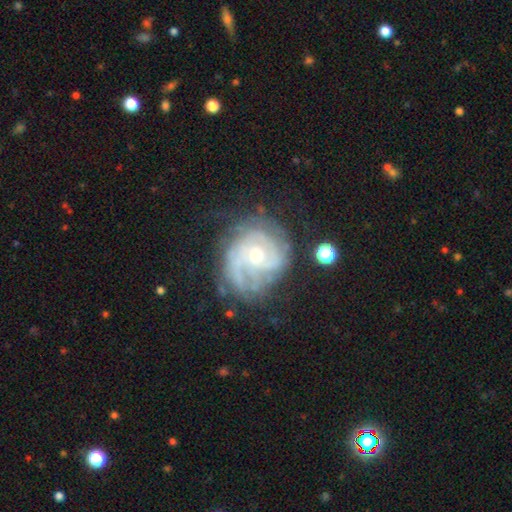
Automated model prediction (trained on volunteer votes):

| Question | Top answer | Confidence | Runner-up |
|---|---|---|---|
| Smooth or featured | featured or disk | 82% | smooth (11%) |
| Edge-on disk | no | 98% | yes (2%) |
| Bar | no | 69% | weak (26%) |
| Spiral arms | yes | 89% | no (11%) |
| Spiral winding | tight | 55% | medium (34%) |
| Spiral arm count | can't tell | 35% | 2 (33%) |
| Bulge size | moderate | 56% | small (39%) |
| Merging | none | 58% | minor disturbance (23%) |